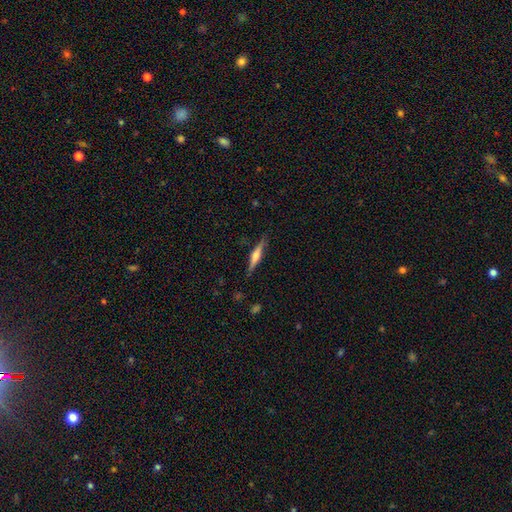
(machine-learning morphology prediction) Overall: featured or disk (65%; smooth 29%). Edge-on disk: yes (98%). Edge-on bulge: rounded (84%). Merging: none (87%).